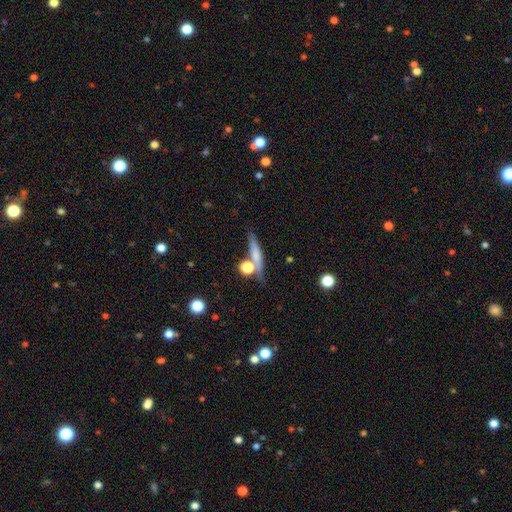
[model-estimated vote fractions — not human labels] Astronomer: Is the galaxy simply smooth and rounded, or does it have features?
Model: smooth — 62%.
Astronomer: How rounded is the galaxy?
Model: cigar-shaped — 75%.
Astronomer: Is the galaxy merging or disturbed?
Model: none — 67%.